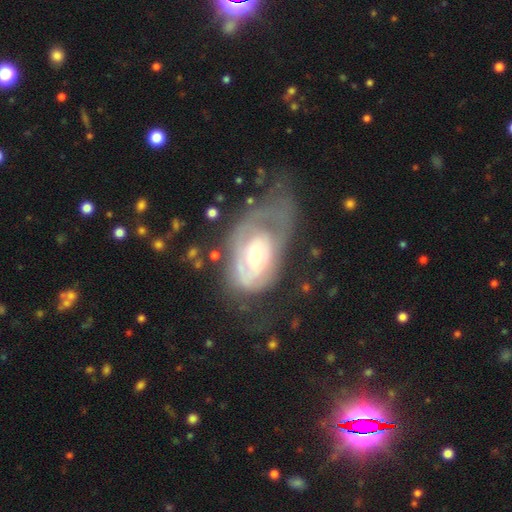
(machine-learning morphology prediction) A featured or disk galaxy (72%) with no bar (77%), spiral arms (68%) and a moderate central bulge (47%). Merging: major disturbance (43%).